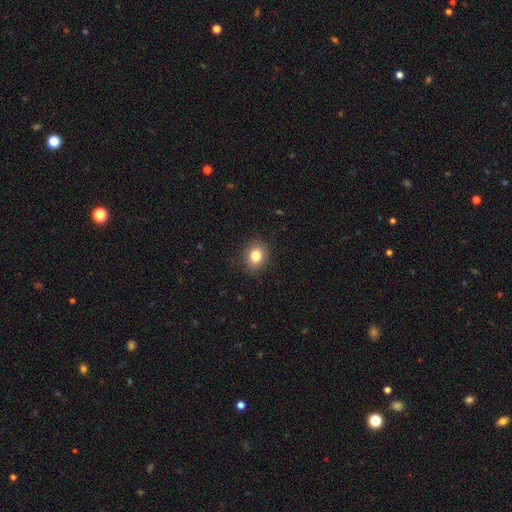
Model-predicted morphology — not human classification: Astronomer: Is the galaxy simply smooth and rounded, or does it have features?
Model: smooth — 83%.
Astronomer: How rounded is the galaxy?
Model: round — 63%.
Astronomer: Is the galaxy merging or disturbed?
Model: none — 88%.